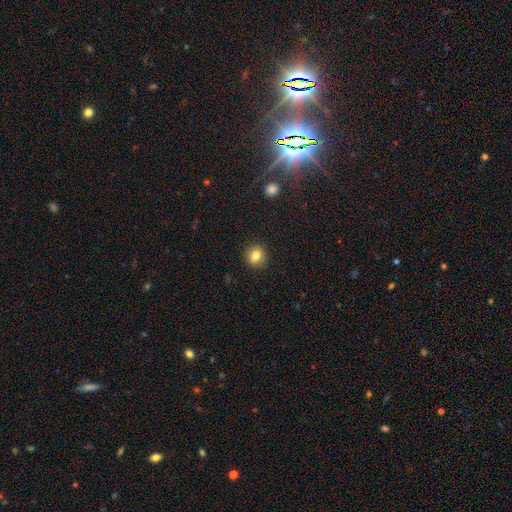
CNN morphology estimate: Smooth or featured: smooth — 82% (star or artifact — 10%)
How rounded: round — 81% (in between — 18%)
Merging: none — 90% (minor disturbance — 6%)